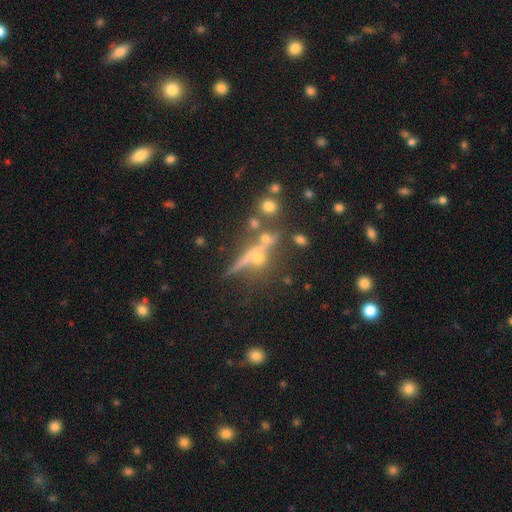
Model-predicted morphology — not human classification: Smooth or featured? Predicted: featured or disk (p=0.56). Edge-on disk? Predicted: yes (p=0.75). Merging? Predicted: none (p=0.59).